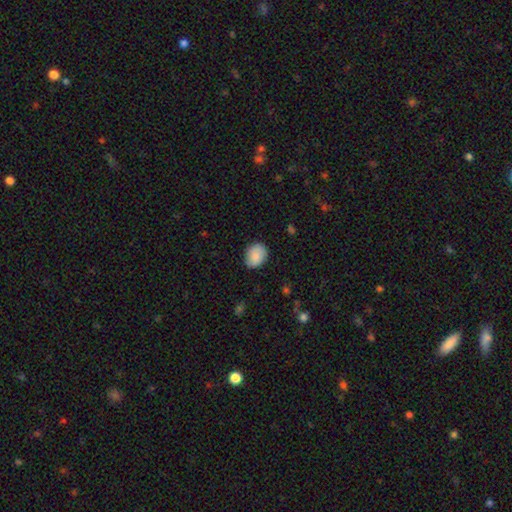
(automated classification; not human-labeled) smooth-or-featured: smooth: 86% | featured or disk: 7% | star or artifact: 7%
  how-rounded: in between: 53% | round: 46% | cigar-shaped: 1%
  merging: none: 81% | minor disturbance: 15% | major disturbance: 3% | merger: 1%